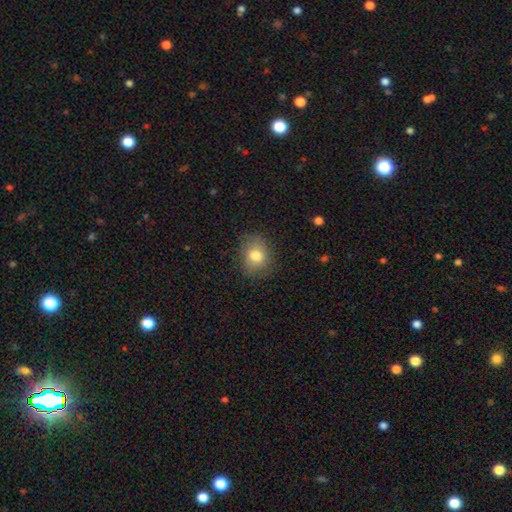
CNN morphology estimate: Q: Smooth or featured?
A: smooth (77%); runner-up: featured or disk (13%)
Q: How rounded?
A: round (50%); runner-up: in between (49%)
Q: Merging?
A: none (77%); runner-up: minor disturbance (17%)